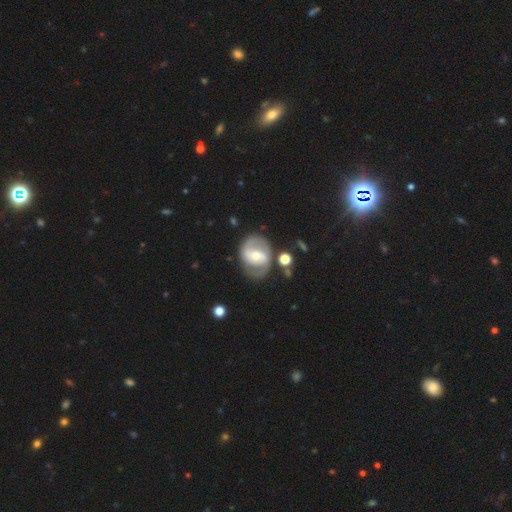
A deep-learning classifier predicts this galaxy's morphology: Smooth or featured? featured or disk (79%)
Edge-on disk? no (97%)
Bar? weak (42%)
Spiral arms? yes (84%)
Spiral winding? medium (48%)
Spiral arm count? 2 (84%)
Bulge size? moderate (59%)
Merging? none (73%)